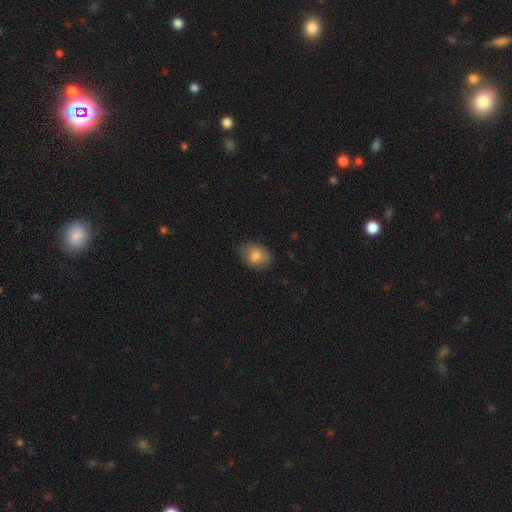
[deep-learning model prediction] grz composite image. It shows a smooth galaxy with no disk features (82%) that is in between round and cigar-shaped (75%). Merging: none (69%).